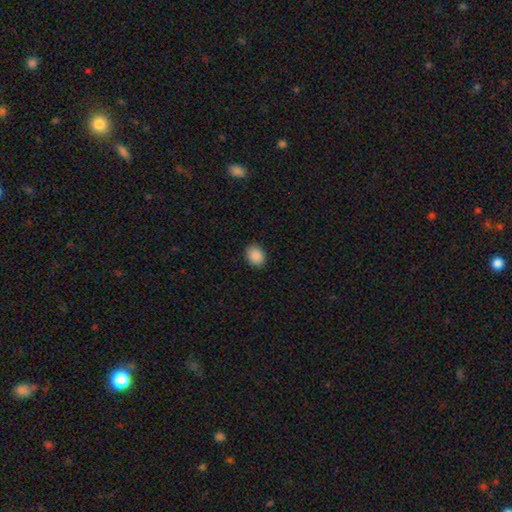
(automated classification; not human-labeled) Smooth or featured? smooth (89%)
How rounded? in between (57%)
Merging? none (90%)